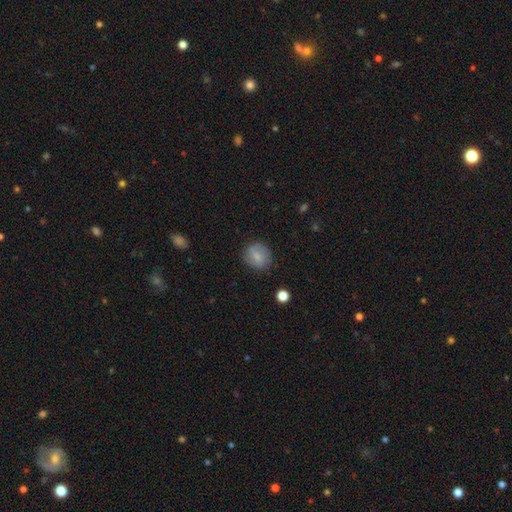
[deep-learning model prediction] The model was most divided on "smooth or featured": smooth: 63%, featured or disk: 26%, star or artifact: 11%. More confident: merging — none (83%); how rounded — round (77%).